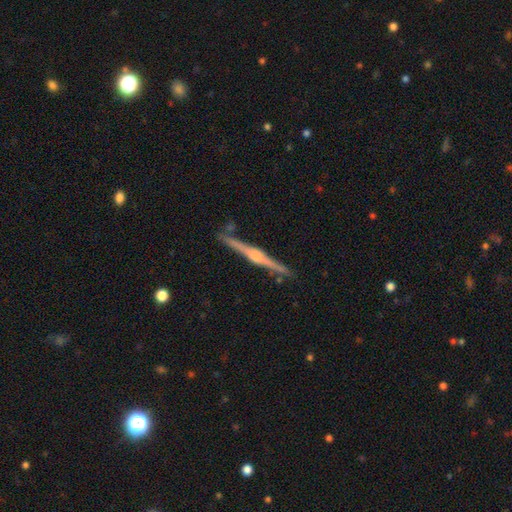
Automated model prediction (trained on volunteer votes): Overall: featured or disk (84%). Edge-on disk: yes (99%). Edge-on bulge: rounded (82%). Merging: none (89%).